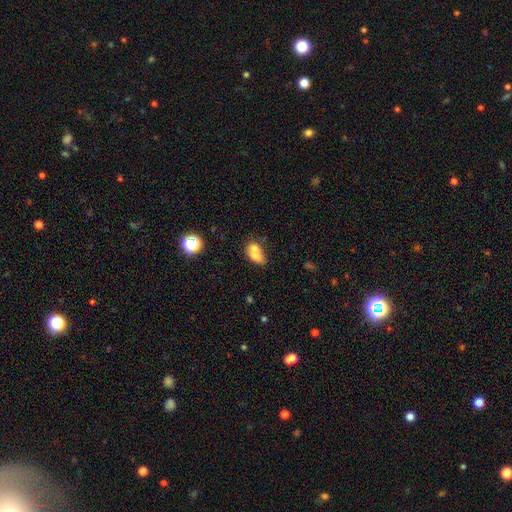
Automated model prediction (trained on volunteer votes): The model was most divided on "how rounded": in between: 69%, round: 28%, cigar-shaped: 3%. More confident: smooth or featured — smooth (67%); merging — merger (64%).